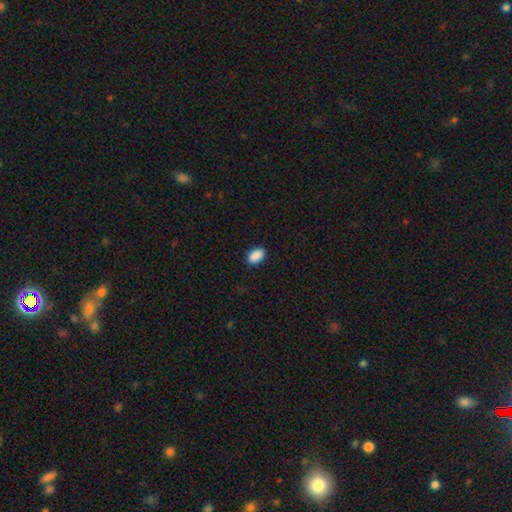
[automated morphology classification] smooth 90%, star or artifact 7%, featured or disk 2%. Down the decision tree: how rounded — in between (92%); merging — none (88%).